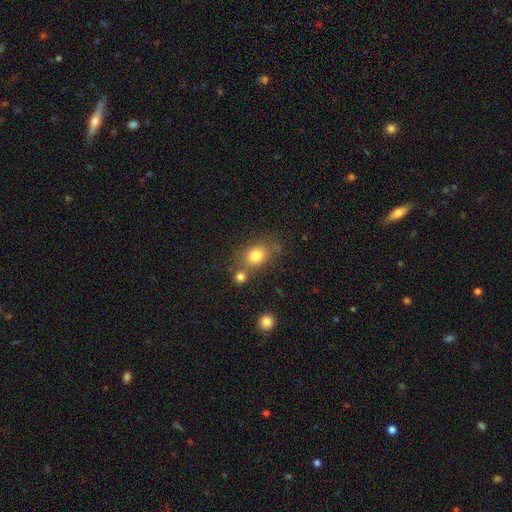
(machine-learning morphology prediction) Smooth or featured?
  - smooth: 79% *
  - star or artifact: 11%
  - featured or disk: 10%
How rounded?
  - round: 51% *
  - in between: 48%
  - cigar-shaped: 1%
Merging?
  - none: 58% *
  - merger: 21%
  - minor disturbance: 15%
  - major disturbance: 6%